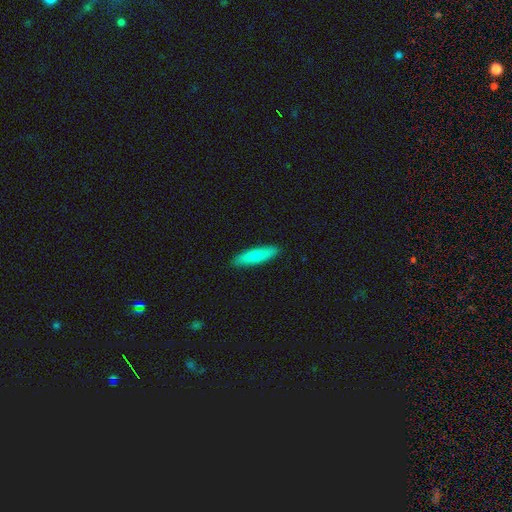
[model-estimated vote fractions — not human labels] Smooth or featured?
  - smooth: 79% *
  - featured or disk: 16%
  - star or artifact: 5%
How rounded?
  - cigar-shaped: 71% *
  - in between: 27%
  - round: 2%
Merging?
  - none: 89% *
  - minor disturbance: 8%
  - major disturbance: 2%
  - merger: 1%